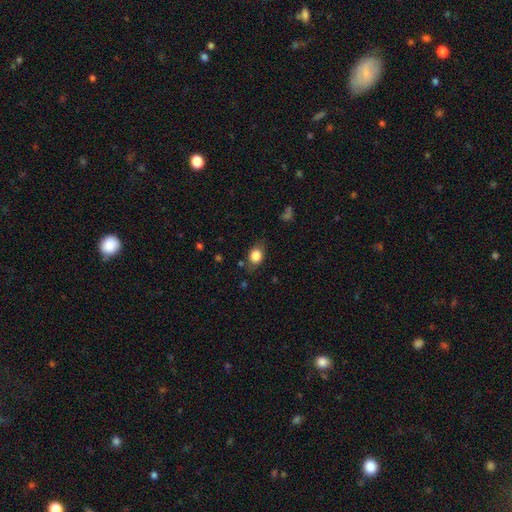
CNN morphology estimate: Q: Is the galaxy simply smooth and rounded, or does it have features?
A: smooth — 83%.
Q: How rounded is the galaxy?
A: in between — 55%.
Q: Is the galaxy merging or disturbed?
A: none — 72%.